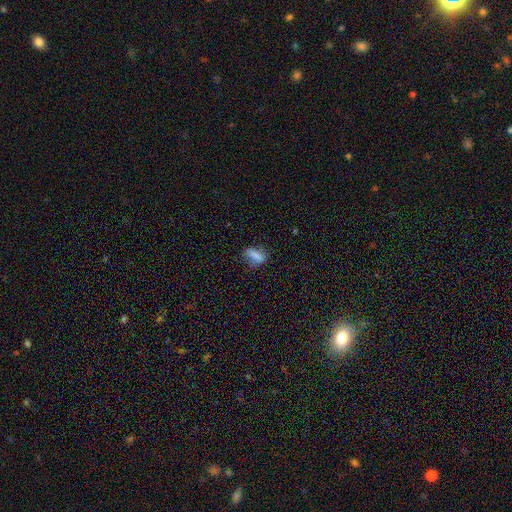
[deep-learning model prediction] Q: Smooth or featured?
A: smooth (76%); runner-up: featured or disk (14%)
Q: How rounded?
A: in between (70%); runner-up: cigar-shaped (24%)
Q: Merging?
A: none (62%); runner-up: minor disturbance (25%)